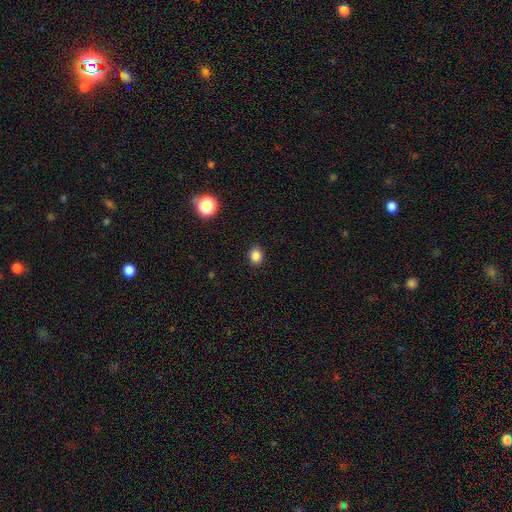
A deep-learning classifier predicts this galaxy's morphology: A smooth galaxy with no disk features (85%) that is round (65%).

Vote fractions:
- Smooth or featured? smooth: 85% / star or artifact: 12% / featured or disk: 3%
- How rounded? round: 65% / in between: 34% / cigar-shaped: 1%
- Merging? none: 90% / minor disturbance: 7% / major disturbance: 2% / merger: 1%